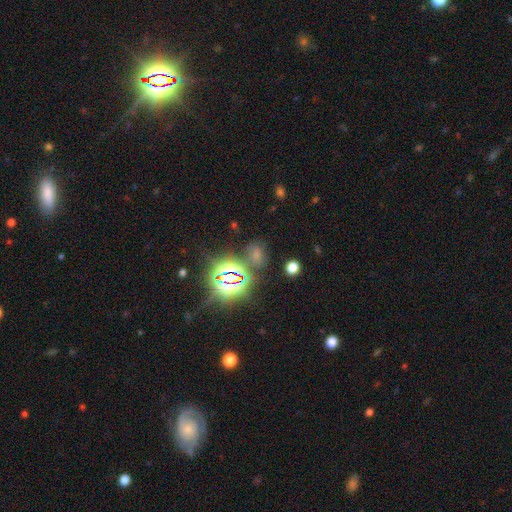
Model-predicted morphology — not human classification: Q: Smooth or featured?
A: star or artifact (50%); runner-up: smooth (40%)